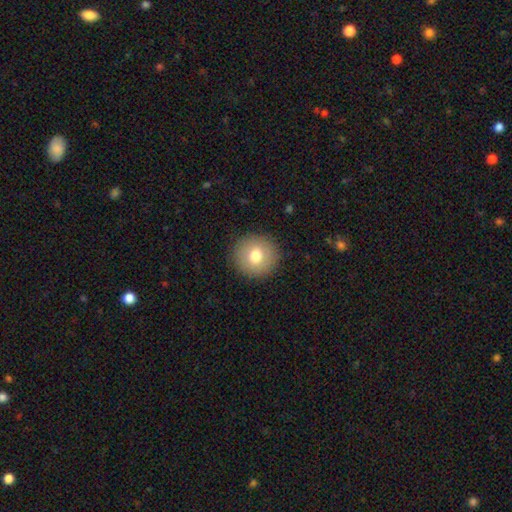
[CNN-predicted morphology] Smooth or featured? smooth (76%)
How rounded? round (94%)
Merging? none (91%)